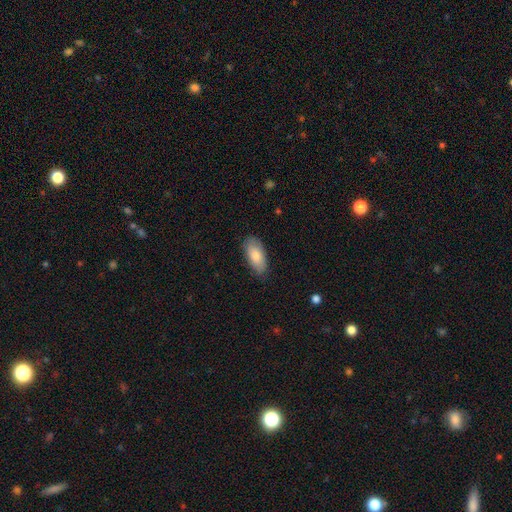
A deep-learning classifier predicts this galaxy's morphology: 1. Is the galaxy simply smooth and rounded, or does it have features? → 82% smooth, 13% featured or disk, 6% star or artifact.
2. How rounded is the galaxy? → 89% in between, 8% cigar-shaped, 2% round.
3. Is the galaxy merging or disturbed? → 81% none, 15% minor disturbance, 3% major disturbance, 1% merger.